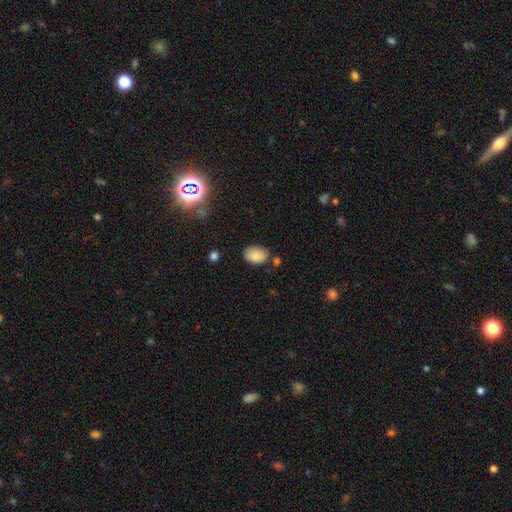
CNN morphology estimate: This appears to be a smooth galaxy with no disk features (86%) that is in between round and cigar-shaped (85%). Merging: none (72%).